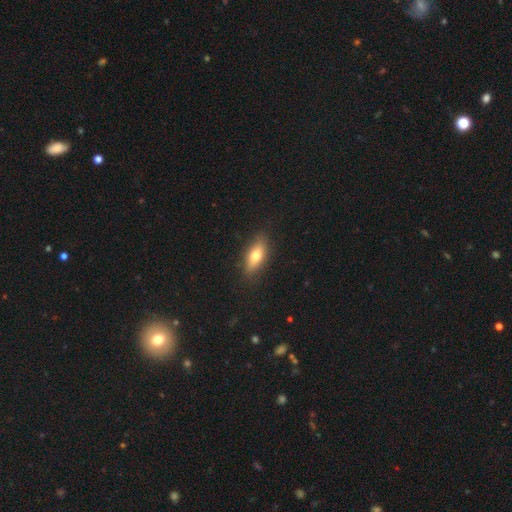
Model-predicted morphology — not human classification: type=smooth (66%); roundness=in between (68%); merging=none (85%).